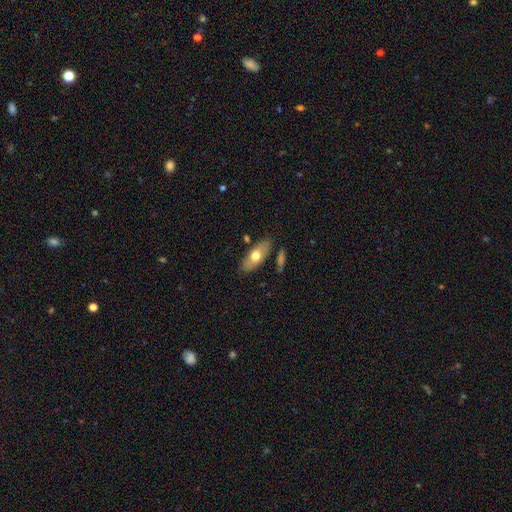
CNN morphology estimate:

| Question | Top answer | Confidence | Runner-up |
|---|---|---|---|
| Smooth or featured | smooth | 64% | featured or disk (30%) |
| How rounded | in between | 79% | cigar-shaped (18%) |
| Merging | none | 80% | minor disturbance (12%) |